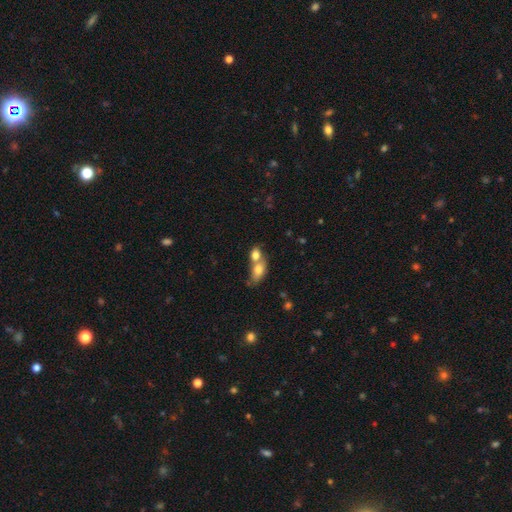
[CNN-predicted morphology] smooth_or_featured: smooth (p=0.75) [alt: featured or disk p=0.16]
how_rounded: in between (p=0.77) [alt: round p=0.18]
merging: merger (p=0.68) [alt: none p=0.21]